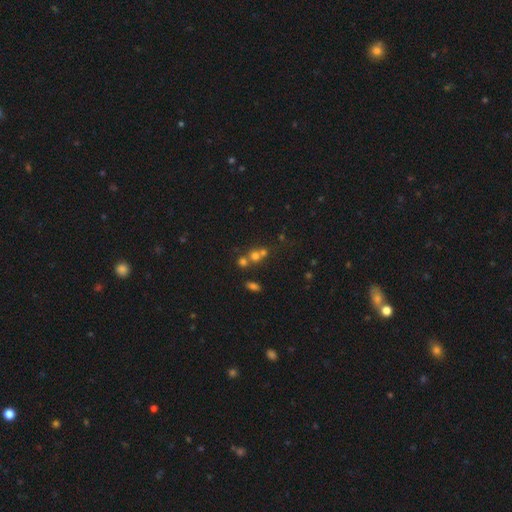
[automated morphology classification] type=smooth (59%); roundness=round (80%); merging=merger (49%).